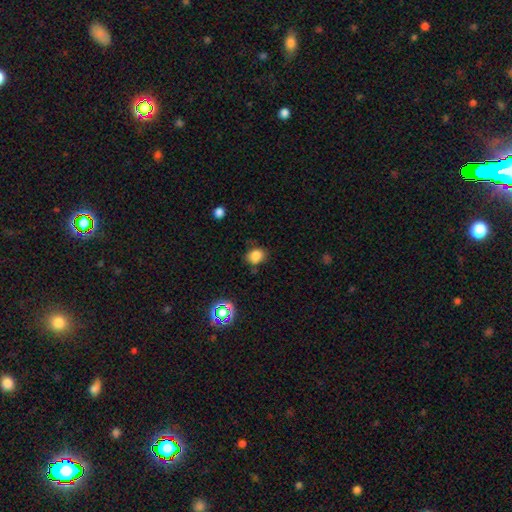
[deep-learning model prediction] Smooth or featured? Predicted: smooth (p=0.82). How rounded? Predicted: round (p=0.57). Merging? Predicted: none (p=0.75).